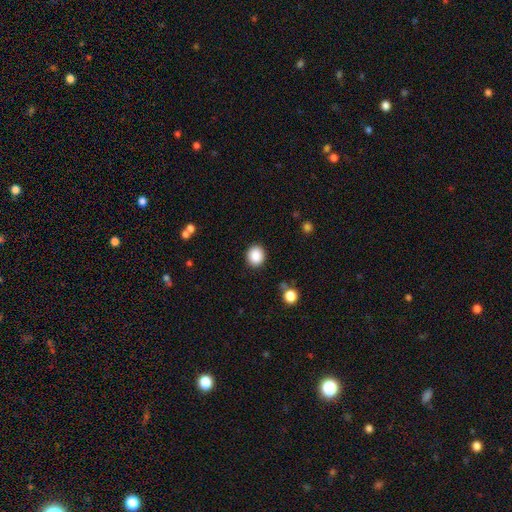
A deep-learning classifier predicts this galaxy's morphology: Q: Smooth or featured?
A: smooth (88%); runner-up: star or artifact (9%)
Q: How rounded?
A: round (77%); runner-up: in between (22%)
Q: Merging?
A: none (89%); runner-up: minor disturbance (7%)